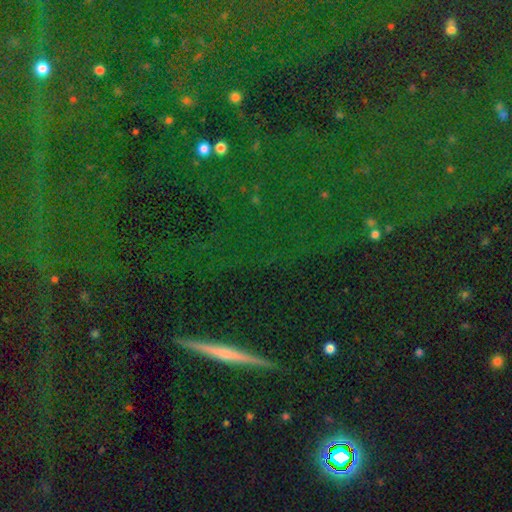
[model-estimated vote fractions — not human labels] Morphology: type=star or artifact (55%).